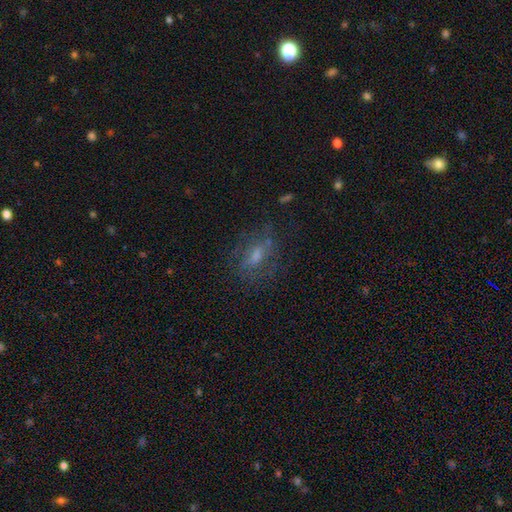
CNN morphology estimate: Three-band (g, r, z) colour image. It shows a featured or disk galaxy (43%). Merging: none (61%).